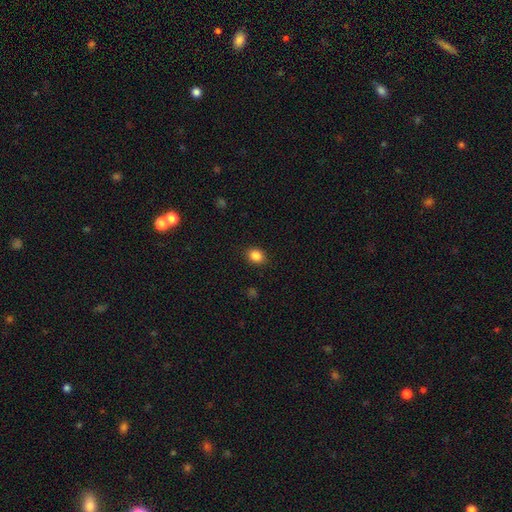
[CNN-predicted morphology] Smooth or featured?
  - smooth: 86% *
  - star or artifact: 10%
  - featured or disk: 4%
How rounded?
  - in between: 53% *
  - round: 46%
  - cigar-shaped: 1%
Merging?
  - none: 89% *
  - minor disturbance: 8%
  - major disturbance: 2%
  - merger: 1%